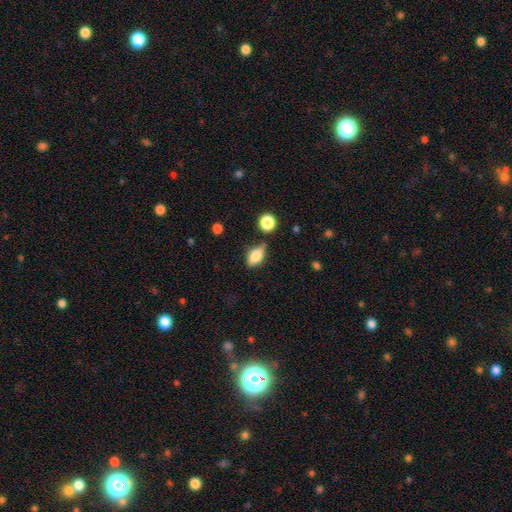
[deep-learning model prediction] This appears to be a smooth galaxy with no disk features (76%) that is in between round and cigar-shaped (84%). Merging: none (65%).